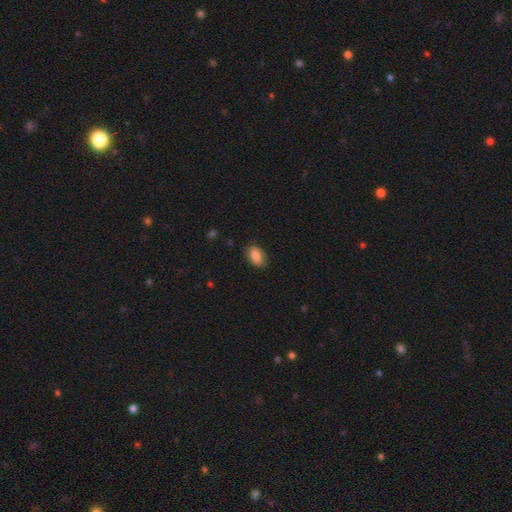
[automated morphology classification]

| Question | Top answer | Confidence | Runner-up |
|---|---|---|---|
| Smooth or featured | smooth | 84% | featured or disk (9%) |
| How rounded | in between | 91% | round (7%) |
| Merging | none | 82% | minor disturbance (14%) |